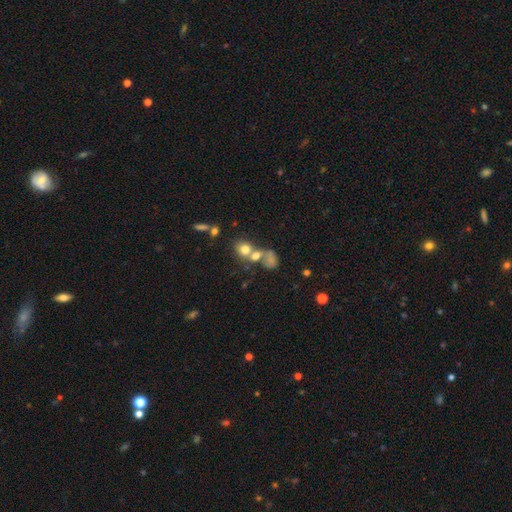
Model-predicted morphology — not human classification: Smooth or featured: smooth — 64% (featured or disk — 20%)
How rounded: round — 61% (in between — 37%)
Merging: merger — 52% (none — 29%)